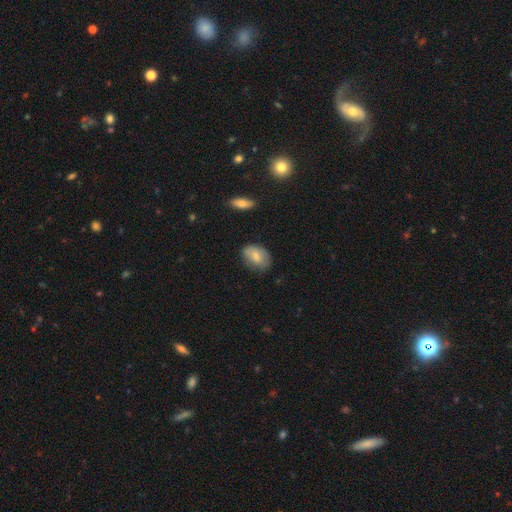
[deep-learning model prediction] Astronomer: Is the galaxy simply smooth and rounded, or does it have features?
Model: smooth — 75%.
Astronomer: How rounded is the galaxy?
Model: in between — 82%.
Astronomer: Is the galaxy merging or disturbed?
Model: none — 69%.